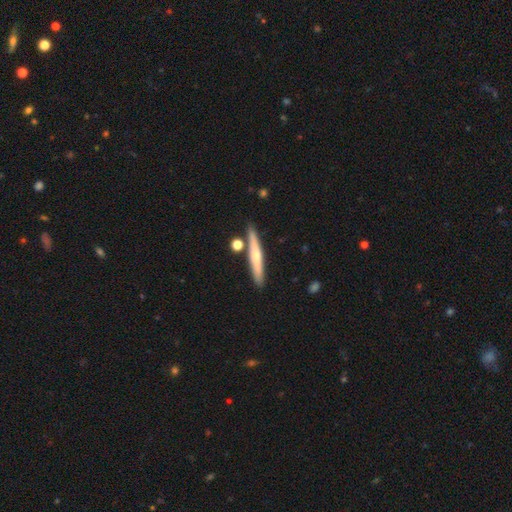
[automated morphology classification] smooth 50%, featured or disk 44%, star or artifact 6%. Down the decision tree: how rounded — cigar-shaped (93%); merging — none (83%).